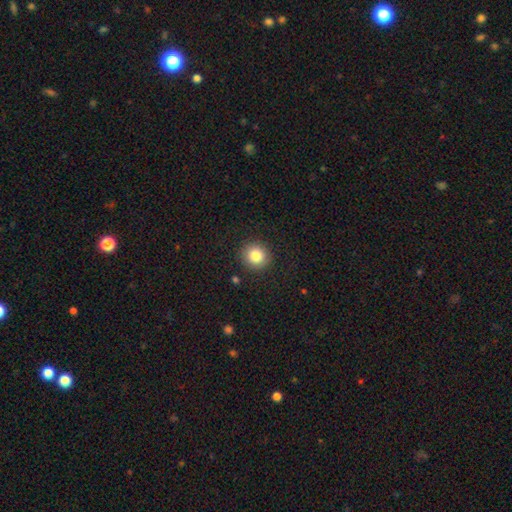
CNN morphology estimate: smooth-or-featured: smooth: 84% | star or artifact: 10% | featured or disk: 6%
  how-rounded: round: 89% | in between: 10% | cigar-shaped: 1%
  merging: none: 90% | minor disturbance: 6% | major disturbance: 2% | merger: 1%